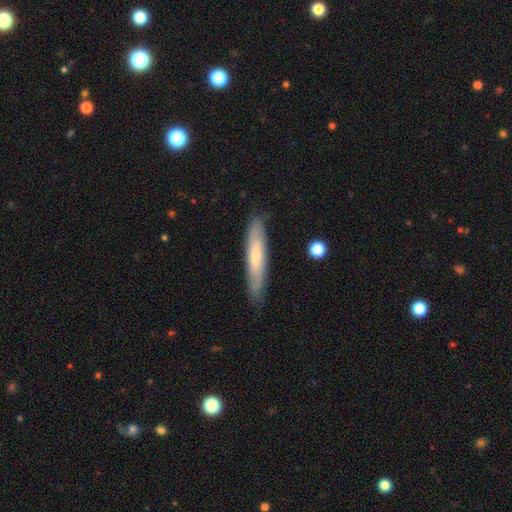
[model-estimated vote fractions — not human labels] This is possibly a smooth galaxy (56%). How rounded: clearly cigar-shaped (88%). Merging: clearly none (83%).